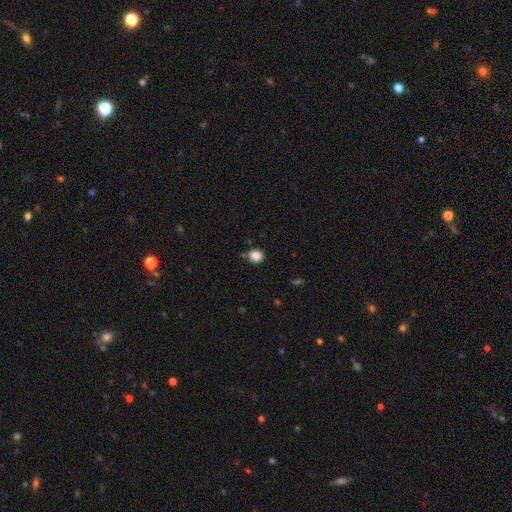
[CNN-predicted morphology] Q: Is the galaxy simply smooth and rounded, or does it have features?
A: smooth — 85%.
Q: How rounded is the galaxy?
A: round — 85%.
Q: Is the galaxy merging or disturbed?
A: none — 81%.